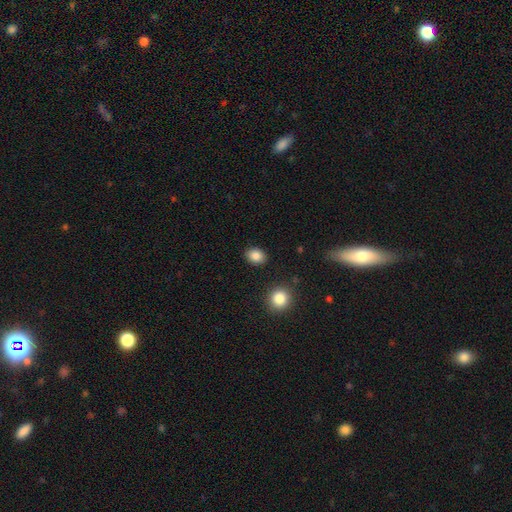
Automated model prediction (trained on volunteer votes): The model was most divided on "how rounded": in between: 55%, round: 44%, cigar-shaped: 1%. More confident: merging — none (88%); smooth or featured — smooth (85%).